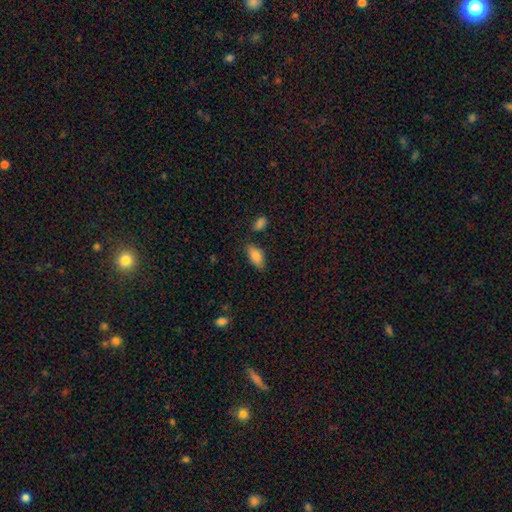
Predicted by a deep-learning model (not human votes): A smooth galaxy with no disk features (84%) that is in between round and cigar-shaped (92%).

Vote fractions:
- Smooth or featured? smooth: 84% / featured or disk: 9% / star or artifact: 7%
- How rounded? in between: 92% / cigar-shaped: 5% / round: 3%
- Merging? none: 78% / minor disturbance: 15% / merger: 4% / major disturbance: 3%